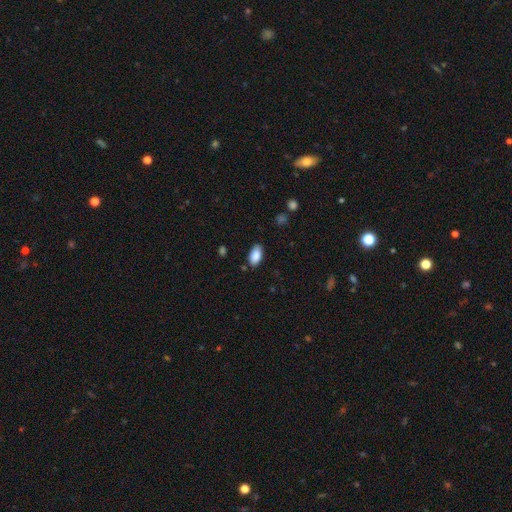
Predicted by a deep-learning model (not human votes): A smooth galaxy with no disk features (87%) that is in between round and cigar-shaped (94%).

Vote fractions:
- Smooth or featured? smooth: 87% / star or artifact: 7% / featured or disk: 6%
- How rounded? in between: 94% / cigar-shaped: 4% / round: 3%
- Merging? none: 84% / minor disturbance: 12% / major disturbance: 2% / merger: 2%